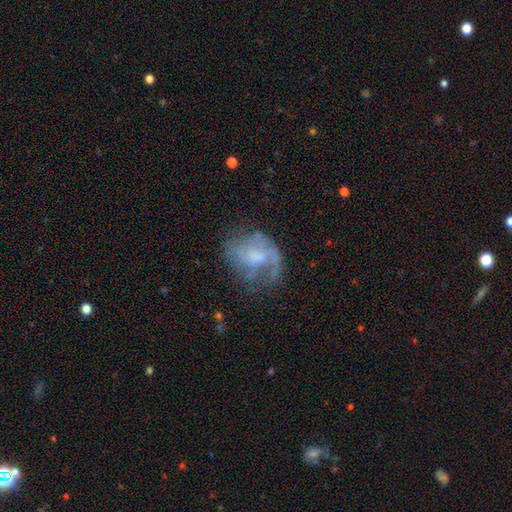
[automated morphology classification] Smooth or featured?
  - featured or disk: 63% *
  - smooth: 28%
  - star or artifact: 10%
Edge-on disk?
  - no: 97% *
  - yes: 3%
Bar?
  - no: 62% *
  - weak: 32%
  - strong: 5%
Spiral arms?
  - yes: 63% *
  - no: 37%
Bulge size?
  - moderate: 33% *
  - small: 32%
  - none: 28%
  - large: 6%
  - dominant: 1%
Merging?
  - none: 45% *
  - major disturbance: 27%
  - minor disturbance: 24%
  - merger: 3%